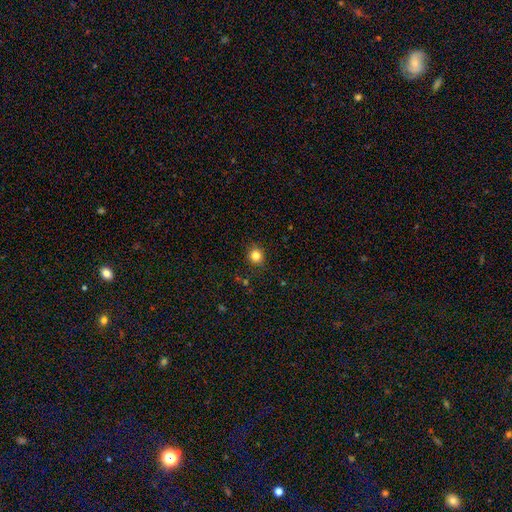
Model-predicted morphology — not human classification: A smooth galaxy with no disk features (82%) that is round (88%).

Vote fractions:
- Smooth or featured? smooth: 82% / star or artifact: 12% / featured or disk: 5%
- How rounded? round: 88% / in between: 11% / cigar-shaped: 1%
- Merging? none: 89% / minor disturbance: 7% / major disturbance: 2% / merger: 1%